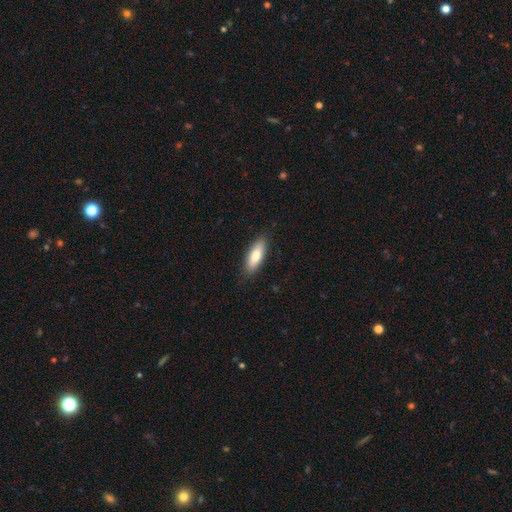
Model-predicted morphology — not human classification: smooth_or_featured: smooth (p=0.78) [alt: featured or disk p=0.16]
how_rounded: in between (p=0.60) [alt: cigar-shaped p=0.38]
merging: none (p=0.86) [alt: minor disturbance p=0.11]